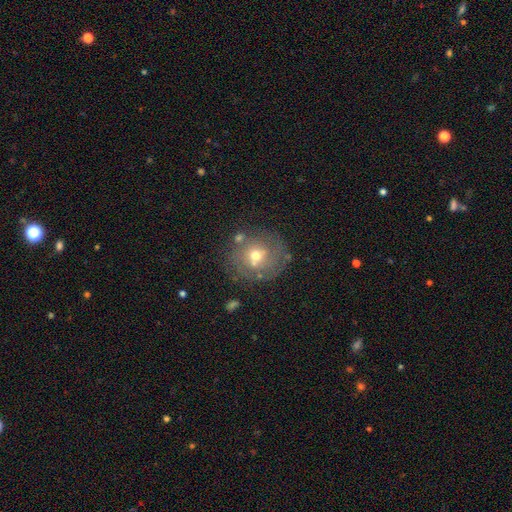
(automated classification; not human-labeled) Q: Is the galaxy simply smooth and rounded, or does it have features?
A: smooth — 45%.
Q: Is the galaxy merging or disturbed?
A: none — 67%.